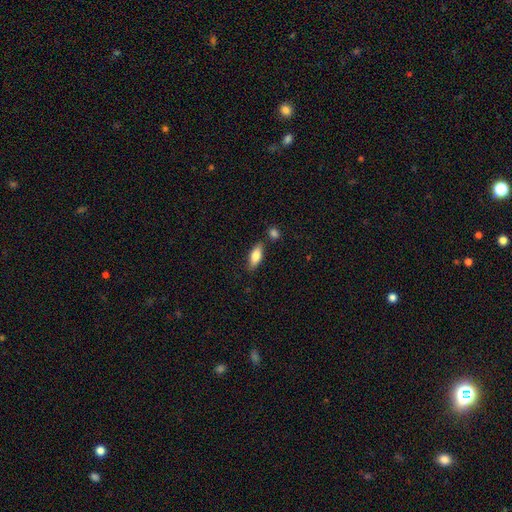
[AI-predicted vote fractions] Smooth or featured? Predicted: smooth (p=0.78). How rounded? Predicted: in between (p=0.73). Merging? Predicted: none (p=0.74).